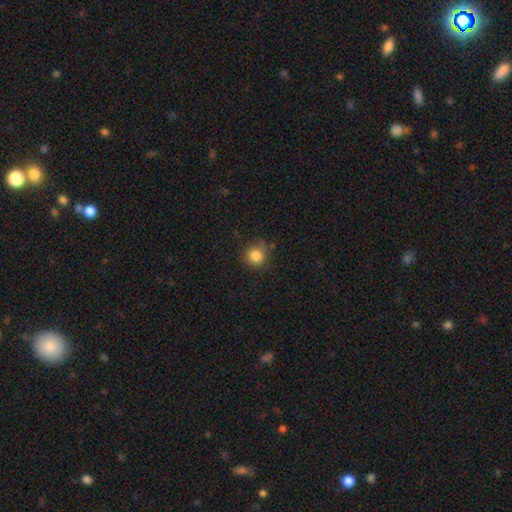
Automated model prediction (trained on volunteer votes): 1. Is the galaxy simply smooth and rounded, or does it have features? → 84% smooth, 11% star or artifact, 4% featured or disk.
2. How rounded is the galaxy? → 90% round, 9% in between, 1% cigar-shaped.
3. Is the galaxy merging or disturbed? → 76% none, 17% minor disturbance, 4% major disturbance, 2% merger.